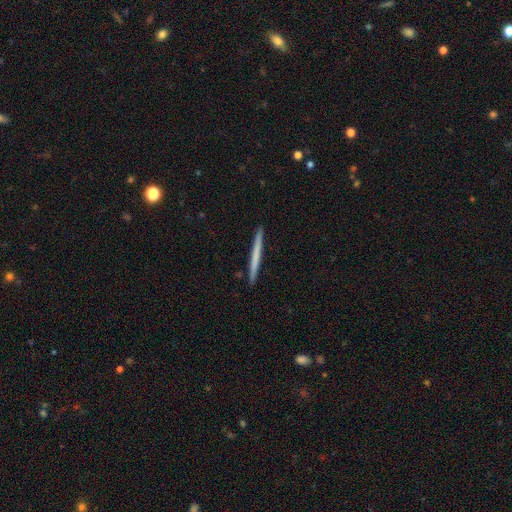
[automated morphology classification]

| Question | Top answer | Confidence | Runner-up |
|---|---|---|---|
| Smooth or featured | smooth | 57% | featured or disk (38%) |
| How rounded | cigar-shaped | 97% | in between (1%) |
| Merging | none | 93% | minor disturbance (5%) |